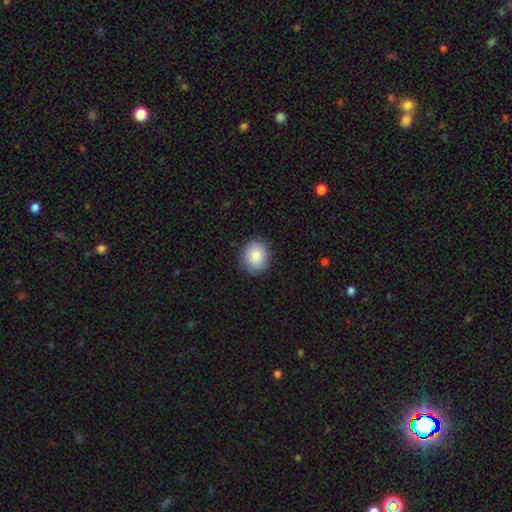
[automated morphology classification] The model was most divided on "how rounded": round: 70%, in between: 29%, cigar-shaped: 1%. More confident: merging — none (86%); smooth or featured — smooth (85%).